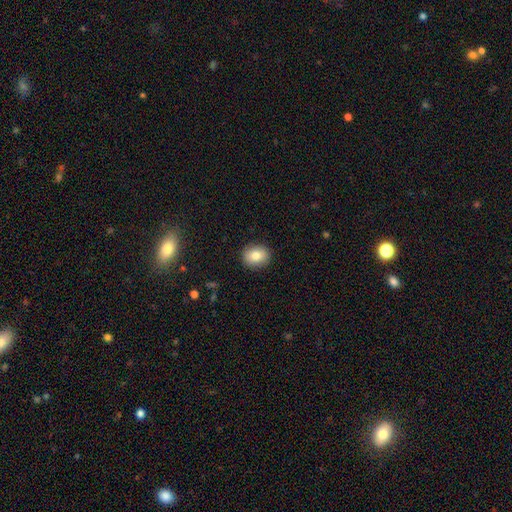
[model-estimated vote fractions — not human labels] smooth_or_featured: smooth (p=0.81) [alt: featured or disk p=0.10]
how_rounded: round (p=0.64) [alt: in between p=0.35]
merging: none (p=0.90) [alt: minor disturbance p=0.07]